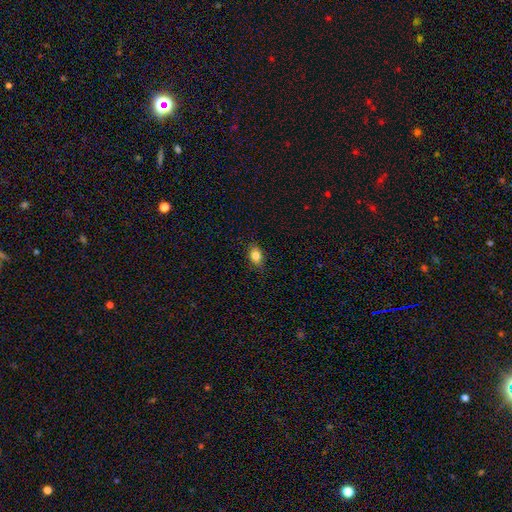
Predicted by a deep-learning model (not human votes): This appears to be a smooth galaxy with no disk features (82%) that is in between round and cigar-shaped (72%). Merging: none (82%).